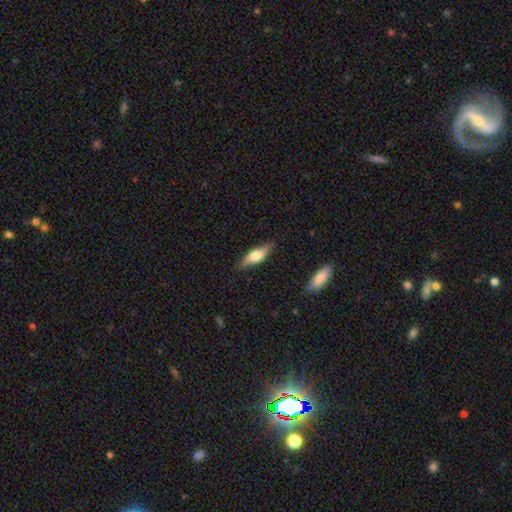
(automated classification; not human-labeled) A smooth galaxy with no disk features (55%) that is in between round and cigar-shaped (51%). Merging: none (84%).